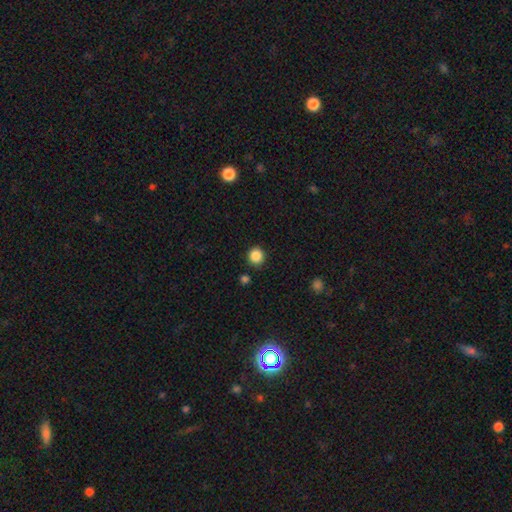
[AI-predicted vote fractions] Overall: smooth (87%). How rounded: round (91%). Merging: none (88%).